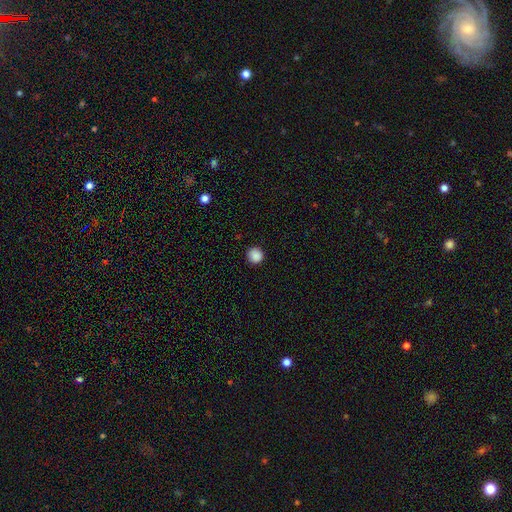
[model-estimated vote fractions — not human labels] A smooth galaxy with no disk features (88%) that is round (95%).

Vote fractions:
- Smooth or featured? smooth: 88% / star or artifact: 10% / featured or disk: 3%
- How rounded? round: 95% / in between: 5% / cigar-shaped: 1%
- Merging? none: 91% / minor disturbance: 6% / major disturbance: 2% / merger: 1%